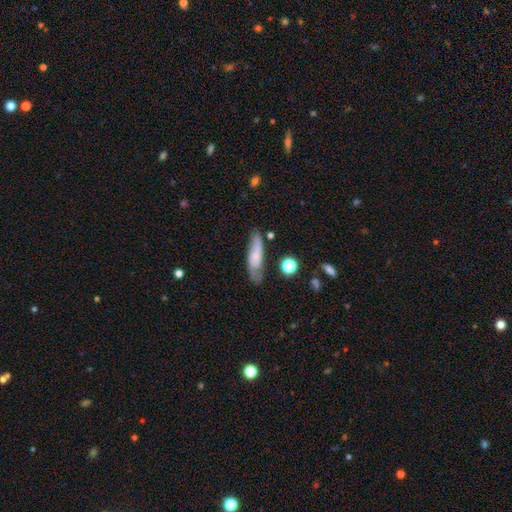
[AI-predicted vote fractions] A smooth galaxy with no disk features (56%) that is cigar-shaped (58%). Merging: none (66%).